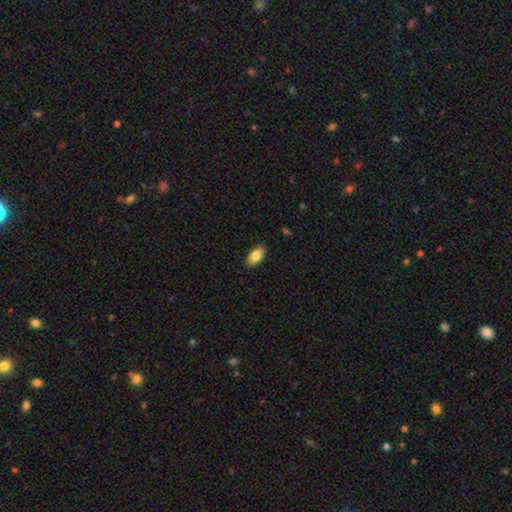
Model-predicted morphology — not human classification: Overall: smooth (84%). How rounded: in between (93%). Merging: none (86%).